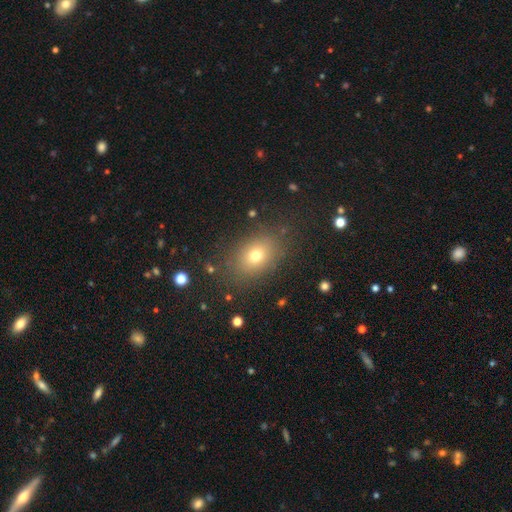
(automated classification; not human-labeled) A smooth galaxy with no disk features (72%) that is in between round and cigar-shaped (67%). Merging: none (82%).